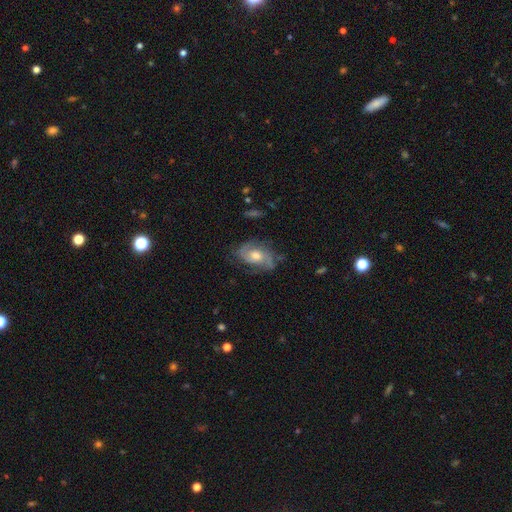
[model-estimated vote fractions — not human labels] Smooth or featured? Predicted: featured or disk (p=0.74). Edge-on disk? Predicted: no (p=0.96). Bar? Predicted: no (p=0.69). Spiral arms? Predicted: yes (p=0.90). Spiral winding? Predicted: medium (p=0.46). Spiral arm count? Predicted: 2 (p=0.63). Bulge size? Predicted: moderate (p=0.66). Merging? Predicted: none (p=0.67).